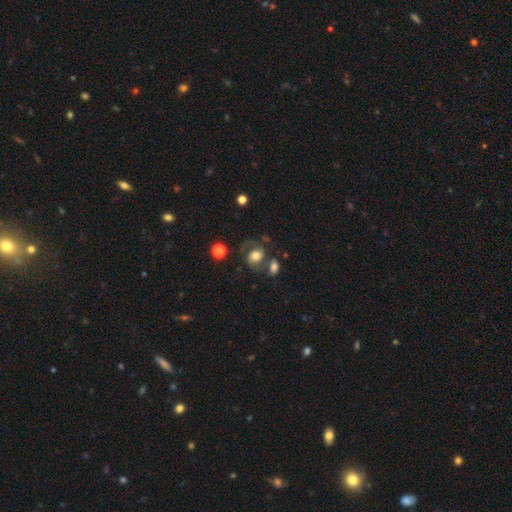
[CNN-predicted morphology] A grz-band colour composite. It shows a smooth galaxy with no disk features (54%) that is round (52%). Merging: none (48%).